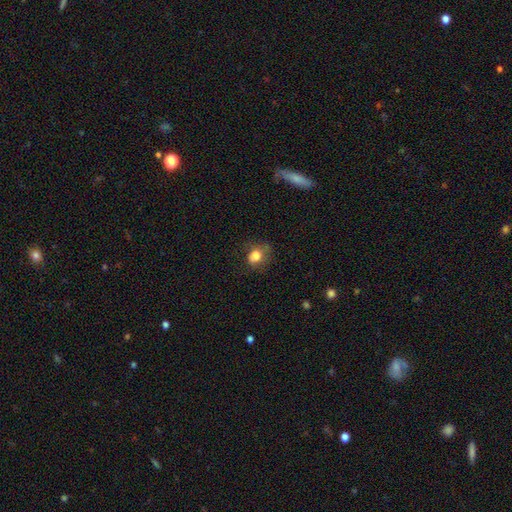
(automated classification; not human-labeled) smooth-or-featured: smooth: 79% | featured or disk: 11% | star or artifact: 10%
  how-rounded: in between: 50% | round: 48% | cigar-shaped: 1%
  merging: none: 56% | minor disturbance: 27% | major disturbance: 16% | merger: 2%